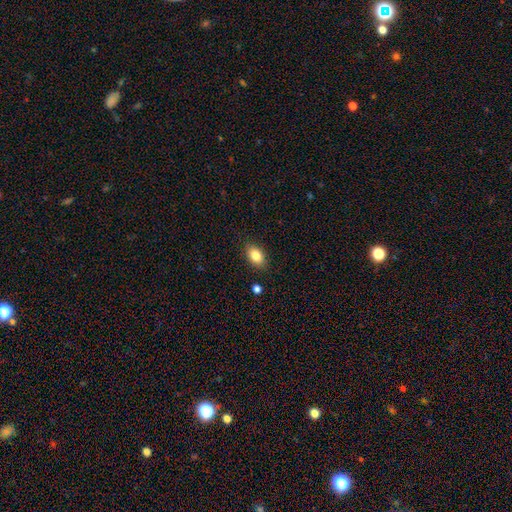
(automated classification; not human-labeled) Smooth or featured?
  - smooth: 84% *
  - star or artifact: 8%
  - featured or disk: 7%
How rounded?
  - in between: 86% *
  - round: 13%
  - cigar-shaped: 2%
Merging?
  - none: 86% *
  - minor disturbance: 10%
  - major disturbance: 2%
  - merger: 2%